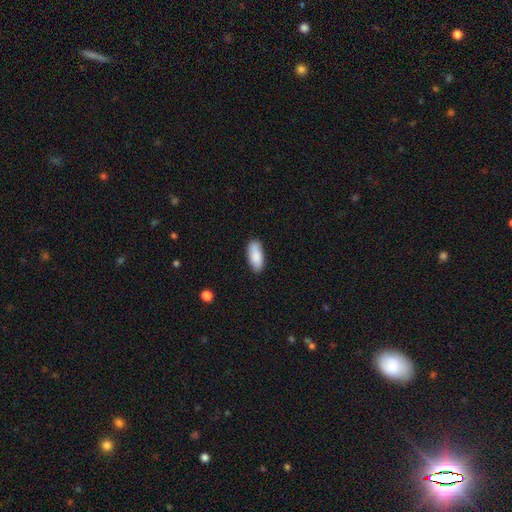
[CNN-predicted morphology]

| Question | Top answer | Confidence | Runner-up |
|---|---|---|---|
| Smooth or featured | smooth | 86% | featured or disk (8%) |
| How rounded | in between | 83% | cigar-shaped (16%) |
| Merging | none | 85% | minor disturbance (11%) |